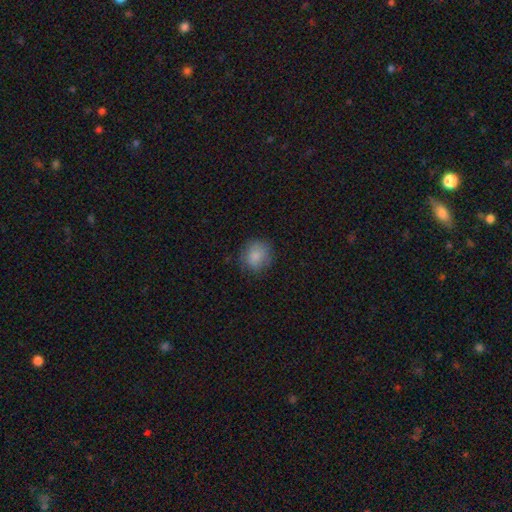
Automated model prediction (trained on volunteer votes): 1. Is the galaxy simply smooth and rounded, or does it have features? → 84% smooth, 8% star or artifact, 7% featured or disk.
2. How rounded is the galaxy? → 83% round, 16% in between, 1% cigar-shaped.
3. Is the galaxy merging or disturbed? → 80% none, 15% minor disturbance, 4% major disturbance, 1% merger.